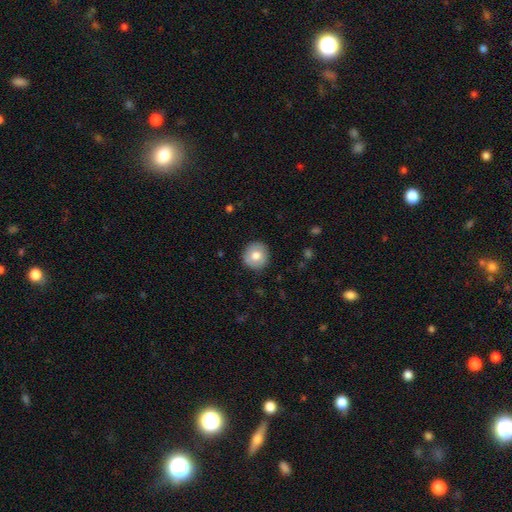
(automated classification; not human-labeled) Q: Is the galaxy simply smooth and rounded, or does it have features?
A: smooth — 76%.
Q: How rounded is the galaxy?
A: round — 92%.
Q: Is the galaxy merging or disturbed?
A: none — 89%.